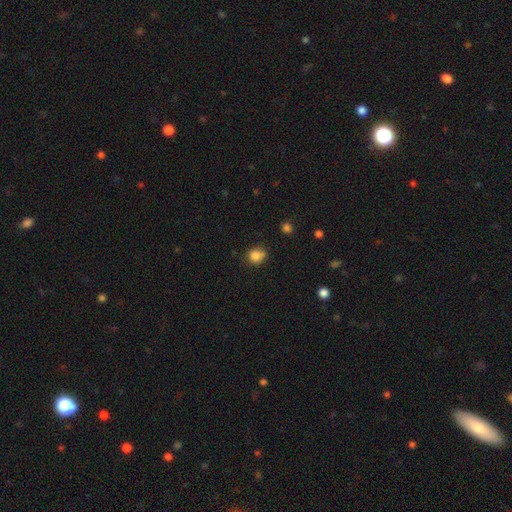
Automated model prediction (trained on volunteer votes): A smooth galaxy with no disk features (83%) that is round (74%).

Vote fractions:
- Smooth or featured? smooth: 83% / star or artifact: 11% / featured or disk: 6%
- How rounded? round: 74% / in between: 25% / cigar-shaped: 1%
- Merging? none: 65% / minor disturbance: 24% / merger: 6% / major disturbance: 5%